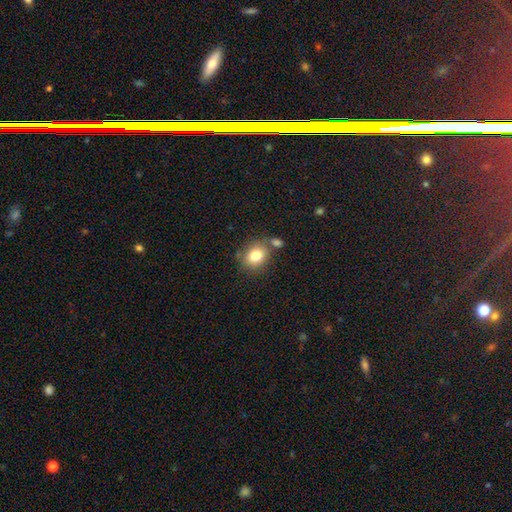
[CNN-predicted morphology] Smooth or featured? Predicted: smooth (p=0.80). How rounded? Predicted: round (p=0.61). Merging? Predicted: none (p=0.64).